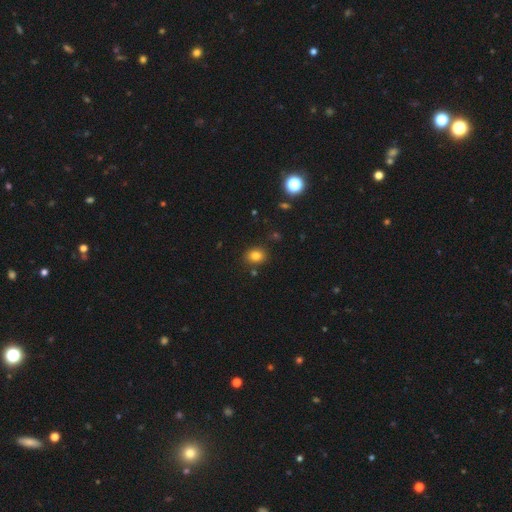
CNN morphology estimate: The model was most divided on "how rounded": round: 58%, in between: 41%, cigar-shaped: 1%. More confident: merging — none (84%); smooth or featured — smooth (81%).